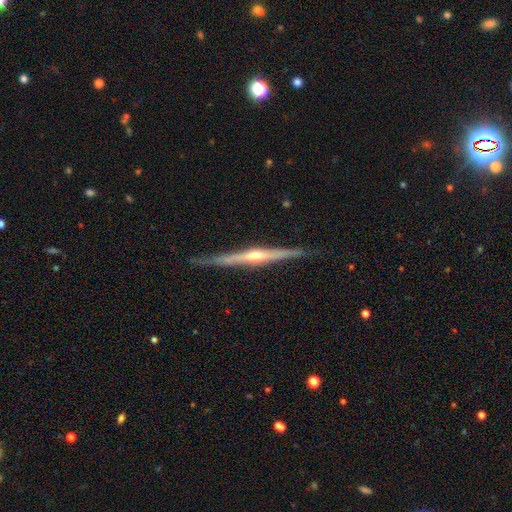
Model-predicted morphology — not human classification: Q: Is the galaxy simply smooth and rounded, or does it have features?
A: featured or disk — 86%.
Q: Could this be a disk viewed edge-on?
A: yes — 98%.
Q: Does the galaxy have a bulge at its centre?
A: rounded — 82%.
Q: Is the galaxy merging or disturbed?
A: none — 88%.